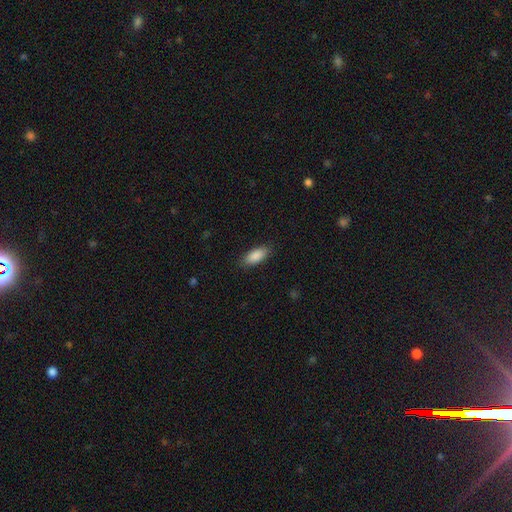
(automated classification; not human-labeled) This is clearly a smooth galaxy (89%). How rounded: clearly in between (85%). Merging: clearly none (86%).